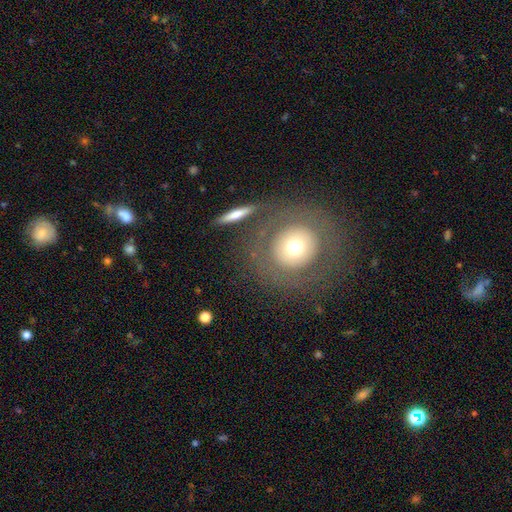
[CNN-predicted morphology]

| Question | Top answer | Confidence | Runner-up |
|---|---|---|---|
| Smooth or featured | featured or disk | 47% | smooth (39%) |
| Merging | none | 76% | minor disturbance (11%) |